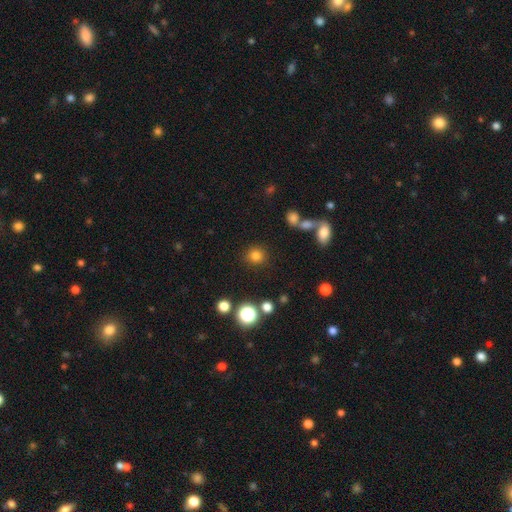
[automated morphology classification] The model was most divided on "smooth or featured": smooth: 80%, star or artifact: 14%, featured or disk: 6%. More confident: how rounded — round (90%); merging — none (87%).